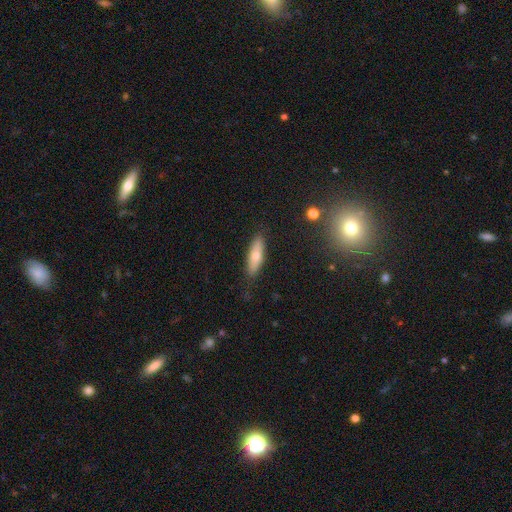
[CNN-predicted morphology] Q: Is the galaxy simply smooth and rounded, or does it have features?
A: smooth — 68%.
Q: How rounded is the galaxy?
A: cigar-shaped — 49%, tied with in between.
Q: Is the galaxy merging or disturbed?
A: none — 83%.